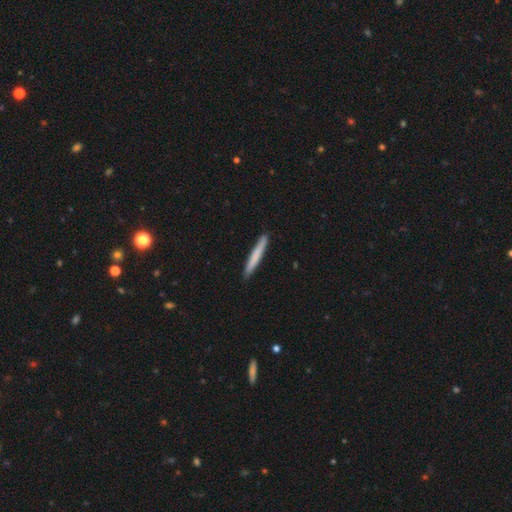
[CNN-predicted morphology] Smooth or featured: smooth — 72% (featured or disk — 22%)
How rounded: cigar-shaped — 96% (in between — 2%)
Merging: none — 90% (minor disturbance — 7%)